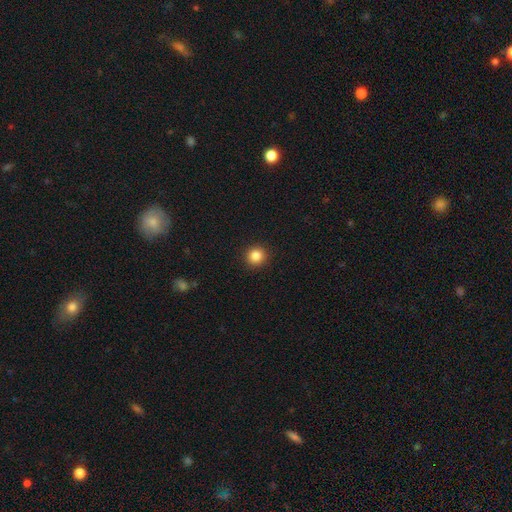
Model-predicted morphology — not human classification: A smooth galaxy with no disk features (85%) that is round (93%). Merging: none (92%).